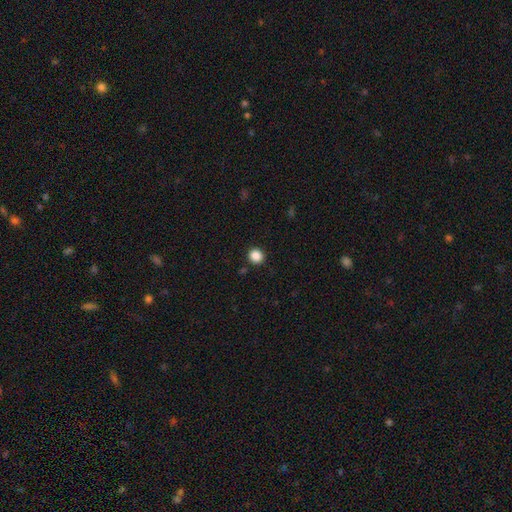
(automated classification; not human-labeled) This appears to be a smooth galaxy with no disk features (87%) that is round (90%). Merging: none (91%).